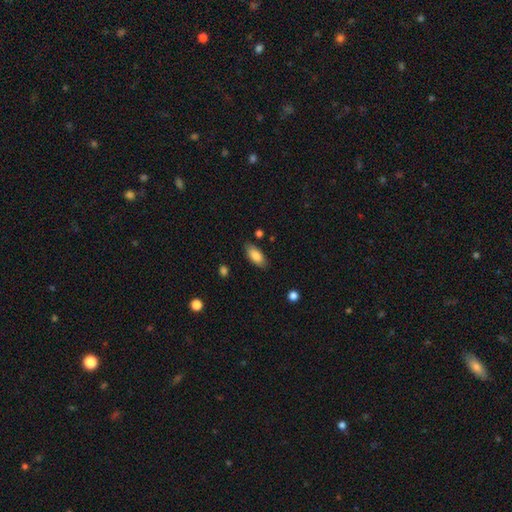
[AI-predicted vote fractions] smooth-or-featured: smooth: 84% | featured or disk: 10% | star or artifact: 7%
  how-rounded: in between: 87% | cigar-shaped: 10% | round: 2%
  merging: none: 83% | minor disturbance: 12% | major disturbance: 3% | merger: 2%